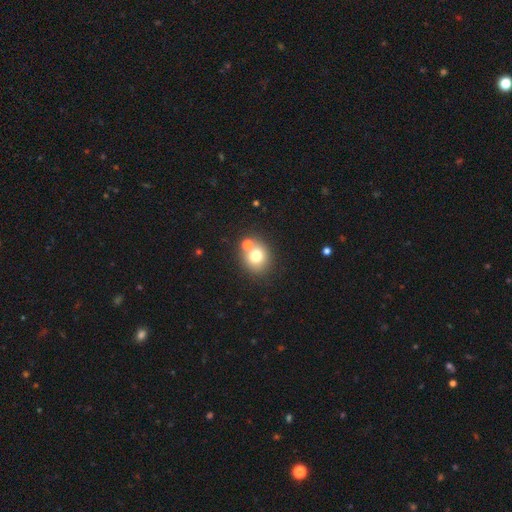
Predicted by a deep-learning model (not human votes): The model was most divided on "merging": none: 63%, merger: 25%, minor disturbance: 9%, major disturbance: 3%. More confident: how rounded — round (75%); smooth or featured — smooth (74%).